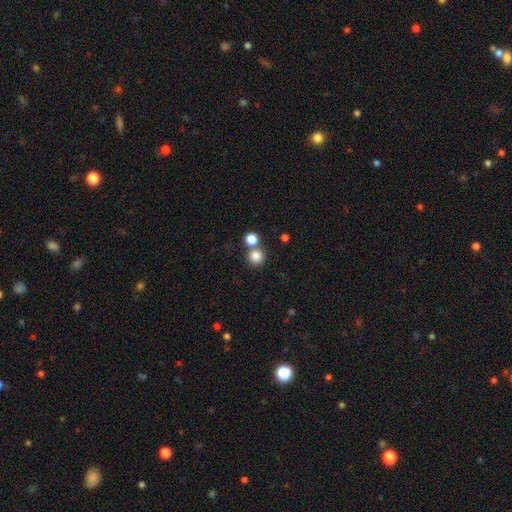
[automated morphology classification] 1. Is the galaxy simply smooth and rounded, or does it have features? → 83% smooth, 11% star or artifact, 6% featured or disk.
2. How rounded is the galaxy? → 94% round, 5% in between, 1% cigar-shaped.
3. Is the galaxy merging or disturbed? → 66% none, 24% merger, 6% minor disturbance, 3% major disturbance.